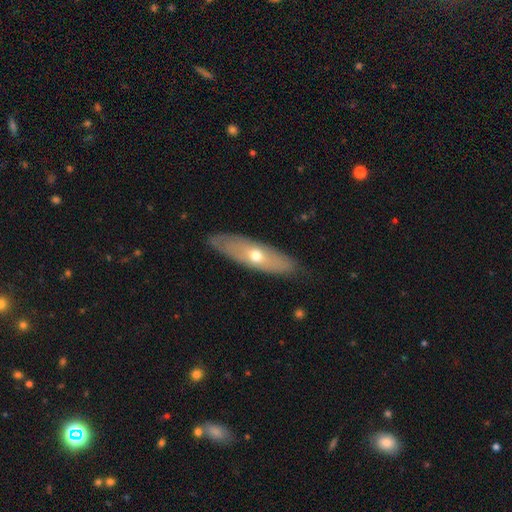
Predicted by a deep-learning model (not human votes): Smooth or featured? smooth (47%)
Merging? none (82%)